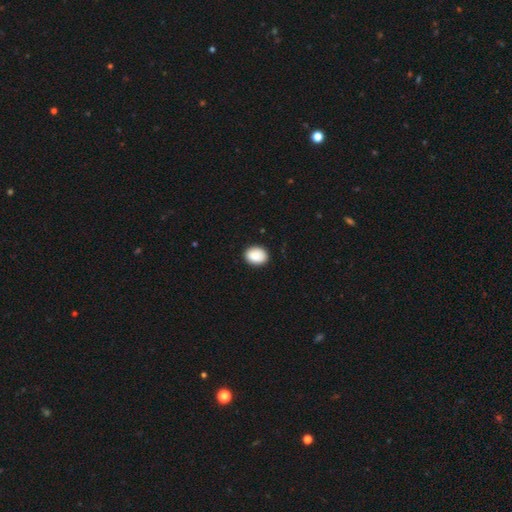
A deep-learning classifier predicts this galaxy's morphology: Smooth or featured: smooth — 89% (star or artifact — 7%)
How rounded: in between — 65% (round — 34%)
Merging: none — 88% (minor disturbance — 9%)